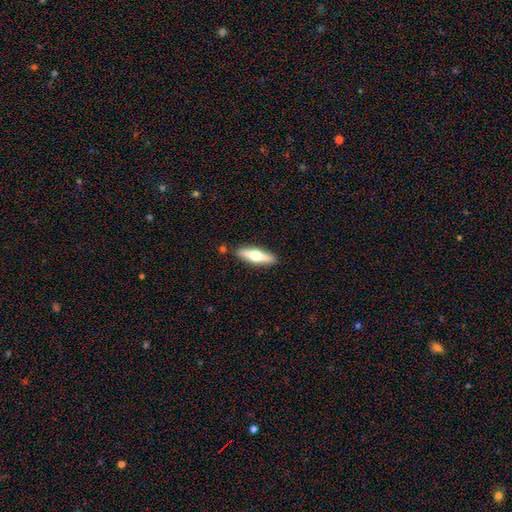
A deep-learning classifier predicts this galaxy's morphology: This appears to be a featured or disk galaxy (54%) viewed edge-on (92%). Merging: none (87%).